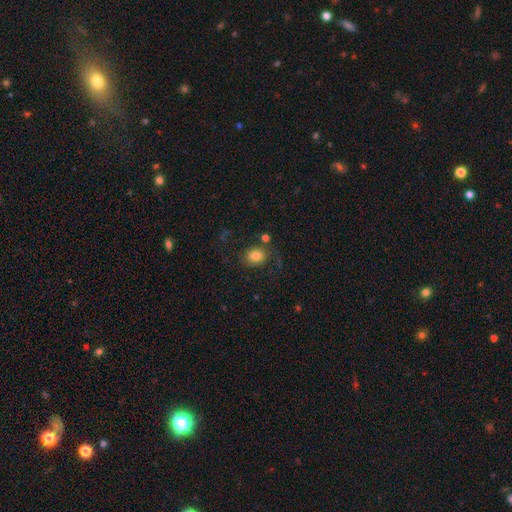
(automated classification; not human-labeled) Q: Smooth or featured?
A: smooth (78%); runner-up: featured or disk (12%)
Q: How rounded?
A: round (61%); runner-up: in between (39%)
Q: Merging?
A: none (71%); runner-up: minor disturbance (14%)